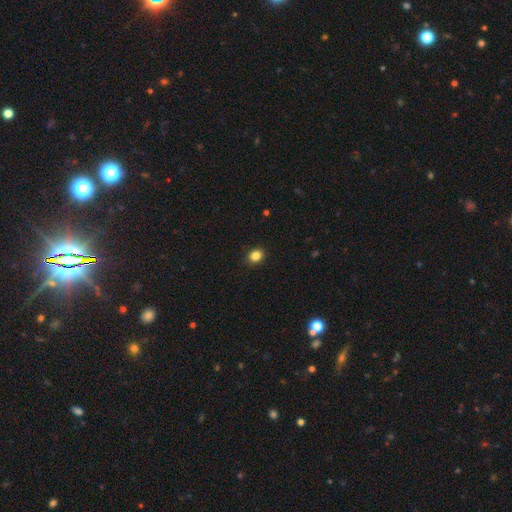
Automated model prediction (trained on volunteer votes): This appears to be a smooth galaxy with no disk features (85%) that is round (62%). Merging: none (90%).